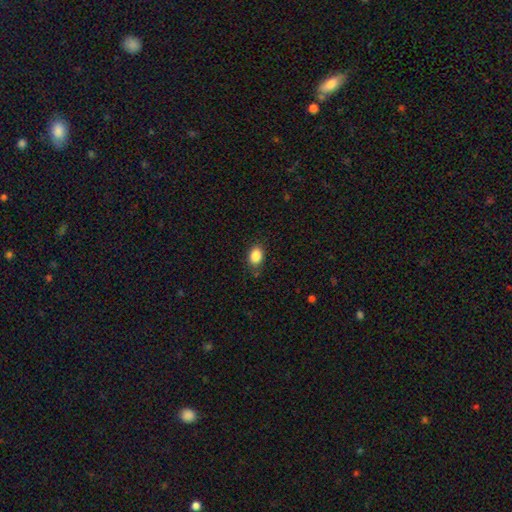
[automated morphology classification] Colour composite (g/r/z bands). It shows a smooth galaxy with no disk features (87%) that is in between round and cigar-shaped (71%). Merging: none (82%).